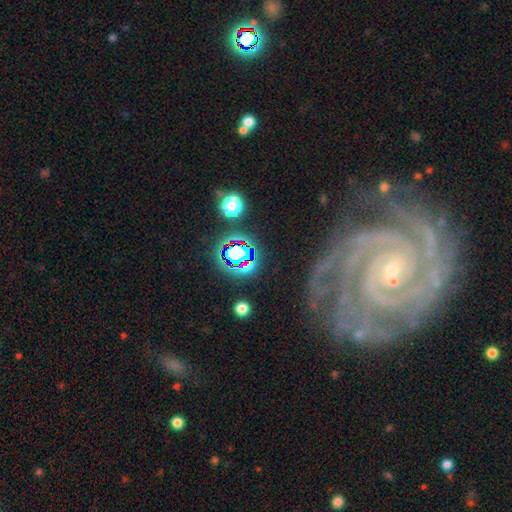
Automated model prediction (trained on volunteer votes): A featured or disk galaxy (91%) with no bar (59%), 2 (30%) tight (83%) spiral arms (99%) and a small central bulge (83%).

Vote fractions:
- Smooth or featured? featured or disk: 91% / star or artifact: 6% / smooth: 3%
- Edge-on disk? no: 98% / yes: 2%
- Bar? no: 59% / weak: 26% / strong: 15%
- Spiral arms? yes: 99% / no: 1%
- Spiral winding? tight: 83% / medium: 15% / loose: 2%
- Spiral arm count? 2: 30% / 3: 25% / 4: 17% / can't tell: 12% / more than 4: 9% / 1: 8%
- Bulge size? small: 83% / moderate: 13% / none: 2% / large: 1% / dominant: 1%
- Merging? none: 75% / minor disturbance: 17% / major disturbance: 6% / merger: 3%